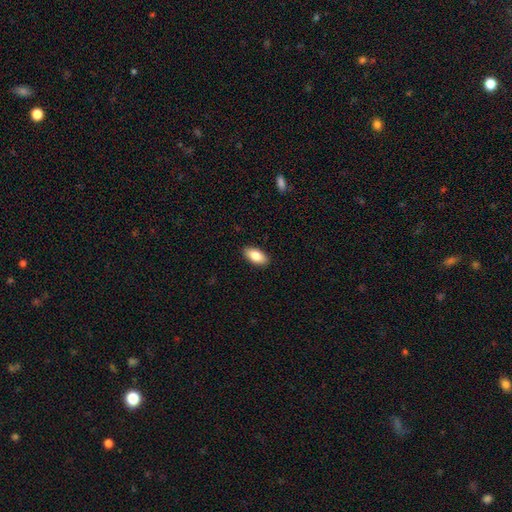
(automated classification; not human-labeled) This is clearly a smooth galaxy (83%). How rounded: clearly in between (91%). Merging: clearly none (90%).